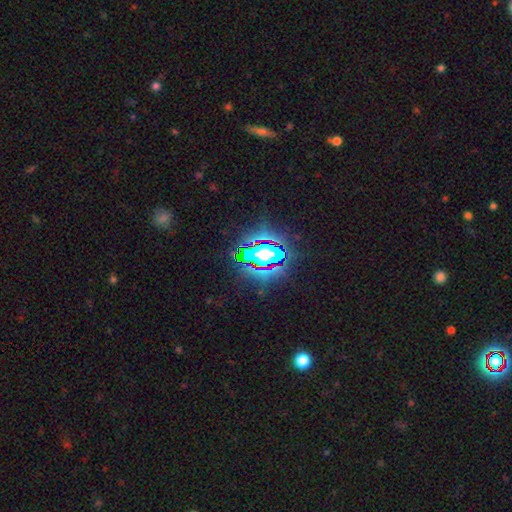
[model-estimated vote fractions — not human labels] Smooth or featured?
  - star or artifact: 79% *
  - smooth: 12%
  - featured or disk: 9%